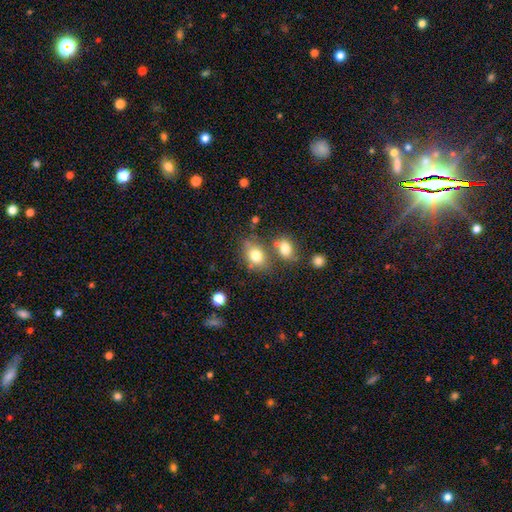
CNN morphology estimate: Smooth or featured? smooth (77%)
How rounded? in between (65%)
Merging? none (58%)